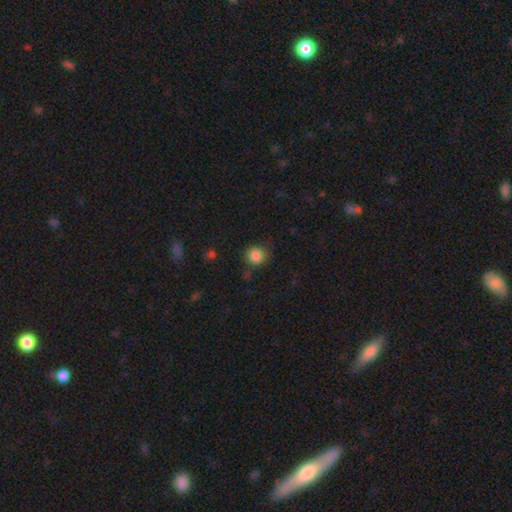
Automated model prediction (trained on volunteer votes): Morphology: type=smooth (86%); roundness=round (90%); merging=none (79%).